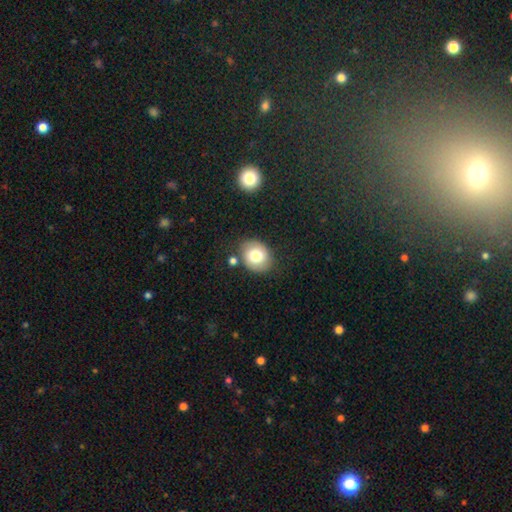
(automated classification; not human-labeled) Overall: smooth (75%). How rounded: round (57%; in between 42%). Merging: none (77%).